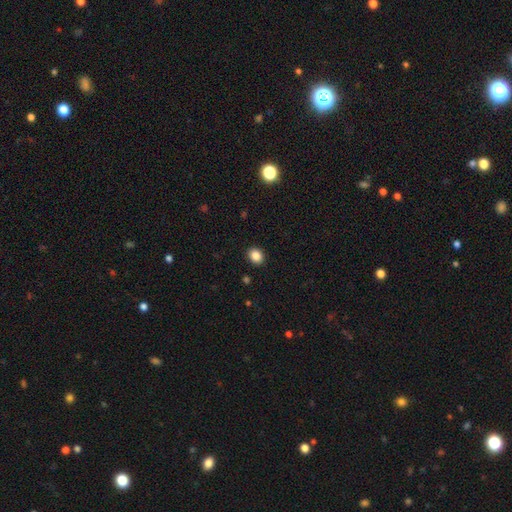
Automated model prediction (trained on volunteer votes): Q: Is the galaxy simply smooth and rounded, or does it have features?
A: smooth — 86%.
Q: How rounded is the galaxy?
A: round — 53%.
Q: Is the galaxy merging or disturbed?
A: none — 91%.